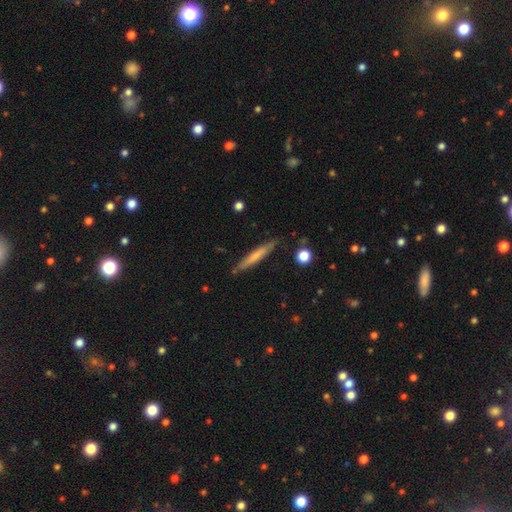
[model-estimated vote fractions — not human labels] Smooth or featured? Predicted: smooth (p=0.61). How rounded? Predicted: cigar-shaped (p=0.95). Merging? Predicted: none (p=0.85).